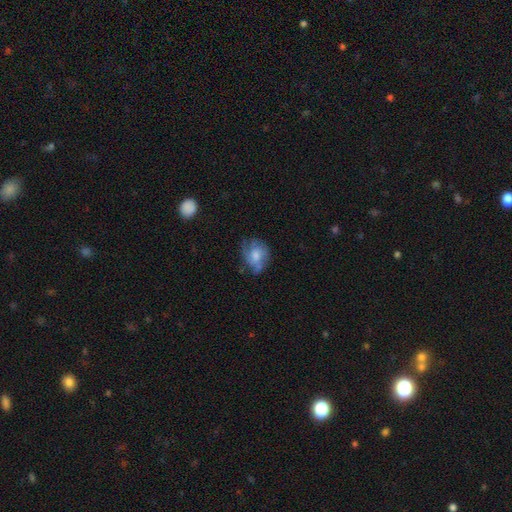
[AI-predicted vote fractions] This appears to be a featured or disk galaxy (49%). Merging: none (52%).